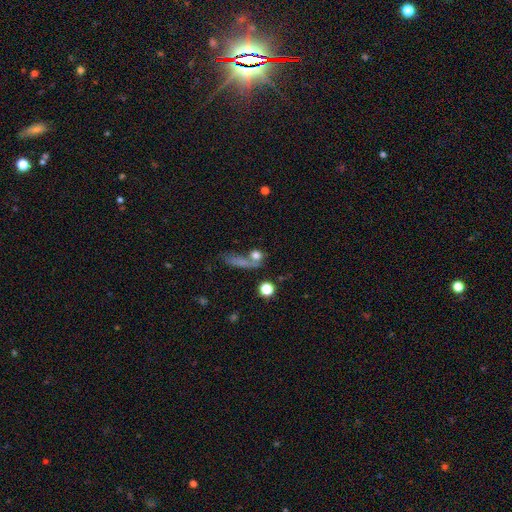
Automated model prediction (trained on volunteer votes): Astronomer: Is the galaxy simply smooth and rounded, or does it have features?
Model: smooth — 70%.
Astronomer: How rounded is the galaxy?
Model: round — 62%.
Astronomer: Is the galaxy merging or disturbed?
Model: none — 50% (runner-up: merger, 27%).